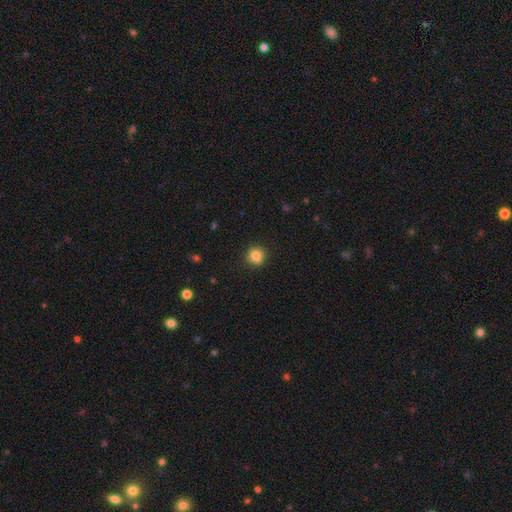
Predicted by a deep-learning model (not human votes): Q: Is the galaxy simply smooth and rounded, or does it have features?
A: smooth — 82%.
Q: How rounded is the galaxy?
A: round — 92%.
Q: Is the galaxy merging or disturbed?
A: none — 88%.